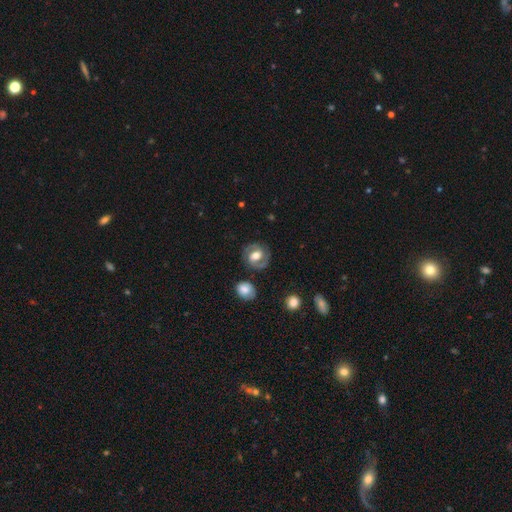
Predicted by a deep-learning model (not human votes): Smooth or featured? featured or disk (70%)
Edge-on disk? no (97%)
Bar? weak (43%)
Spiral arms? yes (85%)
Spiral winding? medium (46%)
Spiral arm count? 2 (88%)
Bulge size? moderate (56%)
Merging? none (79%)